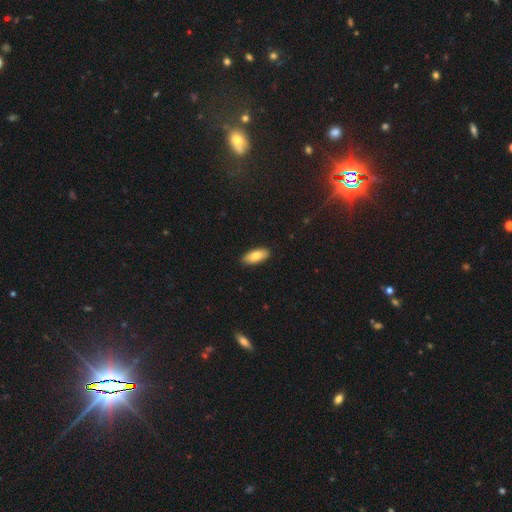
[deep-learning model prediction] A smooth galaxy with no disk features (81%) that is in between round and cigar-shaped (83%). Merging: none (89%).